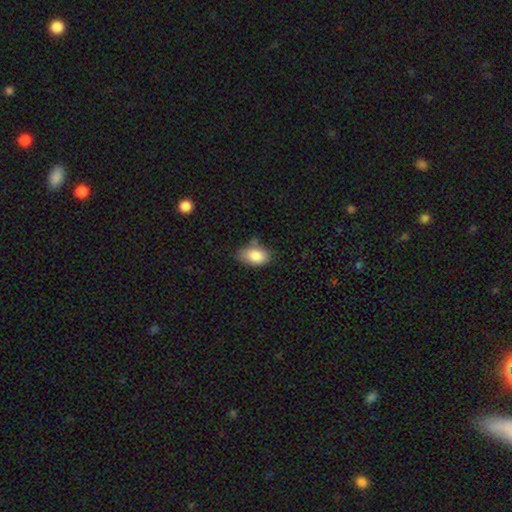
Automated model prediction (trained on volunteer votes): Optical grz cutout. It shows a smooth galaxy with no disk features (85%) that is in between round and cigar-shaped (90%). Merging: none (60%).